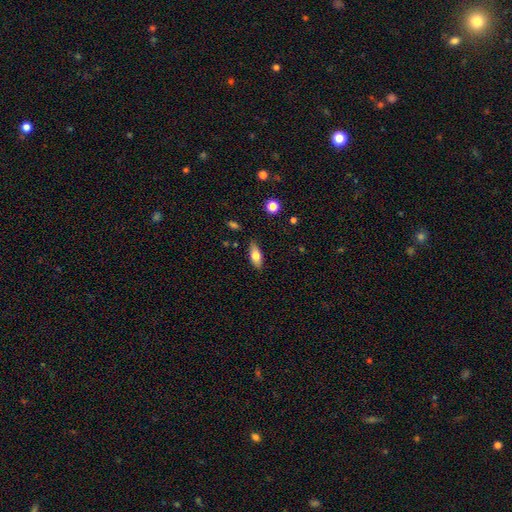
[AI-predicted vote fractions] Smooth or featured? smooth (70%)
How rounded? in between (80%)
Merging? none (84%)